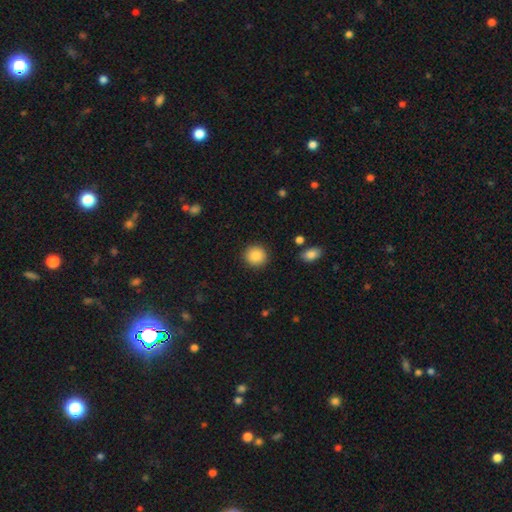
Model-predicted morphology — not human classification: type=smooth (88%); roundness=round (90%); merging=none (90%).